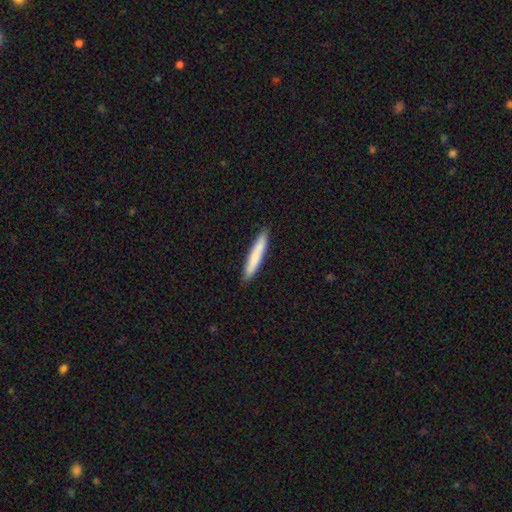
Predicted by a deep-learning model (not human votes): This is likely a smooth galaxy (80%). How rounded: clearly cigar-shaped (94%). Merging: clearly none (90%).